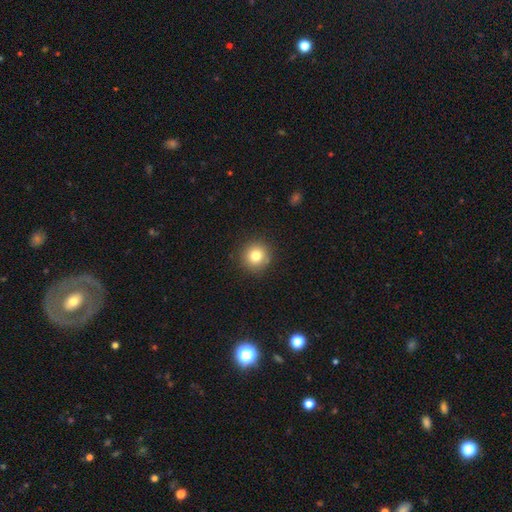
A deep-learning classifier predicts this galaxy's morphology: smooth 79%, star or artifact 12%, featured or disk 9%. Down the decision tree: how rounded — round (94%); merging — none (89%).